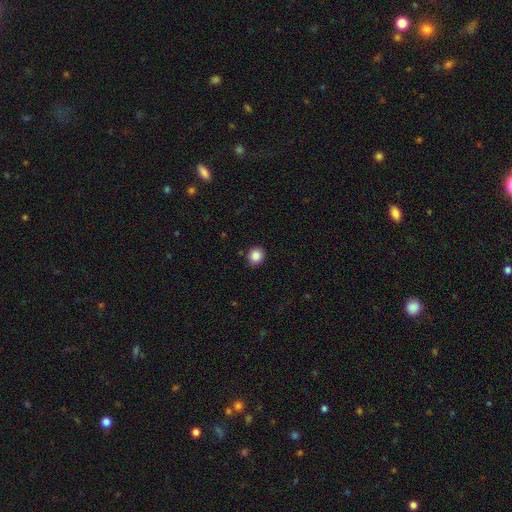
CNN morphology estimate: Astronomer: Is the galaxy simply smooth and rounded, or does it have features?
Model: smooth — 86%.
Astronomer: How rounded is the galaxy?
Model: round — 85%.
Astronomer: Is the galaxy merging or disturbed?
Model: none — 89%.